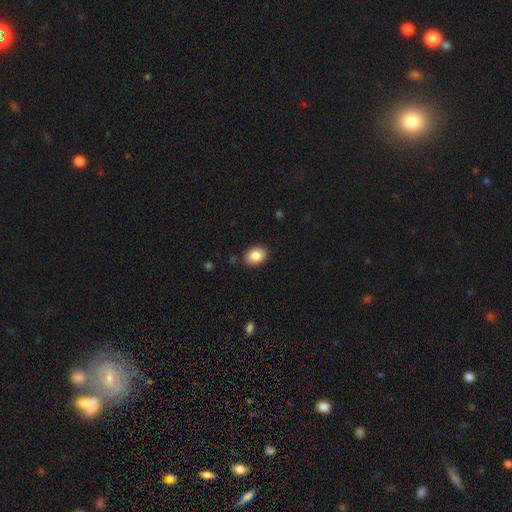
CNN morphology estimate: smooth_or_featured: smooth (p=0.87) [alt: star or artifact p=0.08]
how_rounded: in between (p=0.74) [alt: round p=0.26]
merging: none (p=0.87) [alt: minor disturbance p=0.09]